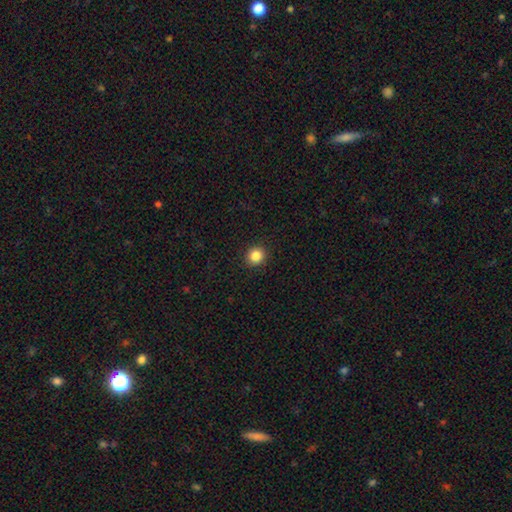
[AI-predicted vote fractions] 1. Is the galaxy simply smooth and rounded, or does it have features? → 85% smooth, 11% star or artifact, 4% featured or disk.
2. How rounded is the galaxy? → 92% round, 7% in between, 1% cigar-shaped.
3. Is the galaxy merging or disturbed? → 92% none, 5% minor disturbance, 2% major disturbance, 1% merger.